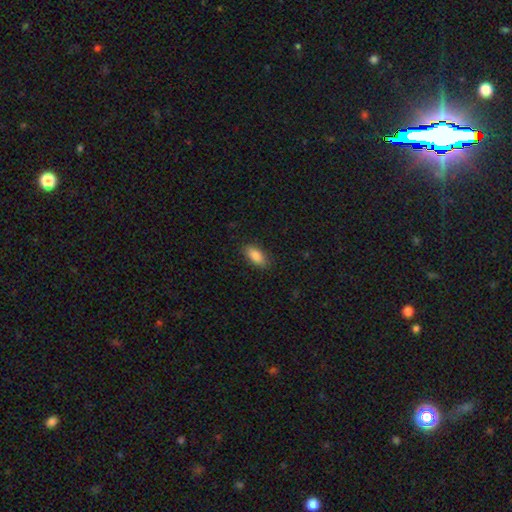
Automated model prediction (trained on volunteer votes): Smooth or featured?
  - smooth: 84% *
  - featured or disk: 9%
  - star or artifact: 7%
How rounded?
  - in between: 88% *
  - cigar-shaped: 10%
  - round: 3%
Merging?
  - none: 87% *
  - minor disturbance: 10%
  - major disturbance: 2%
  - merger: 1%